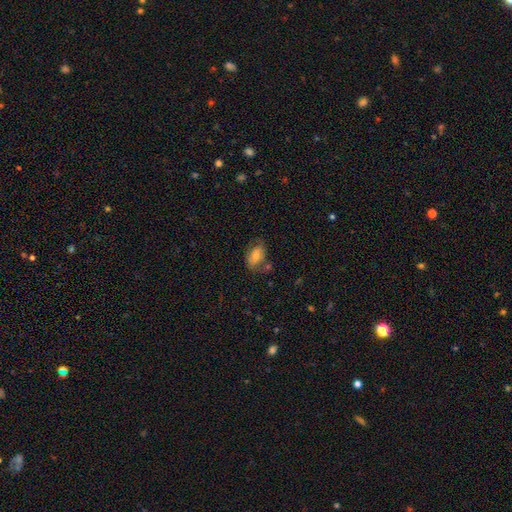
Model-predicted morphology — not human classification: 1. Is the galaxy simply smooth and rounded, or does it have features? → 63% smooth, 28% featured or disk, 10% star or artifact.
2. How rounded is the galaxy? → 86% in between, 11% round, 3% cigar-shaped.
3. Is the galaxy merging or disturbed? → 61% none, 23% minor disturbance, 9% major disturbance, 8% merger.